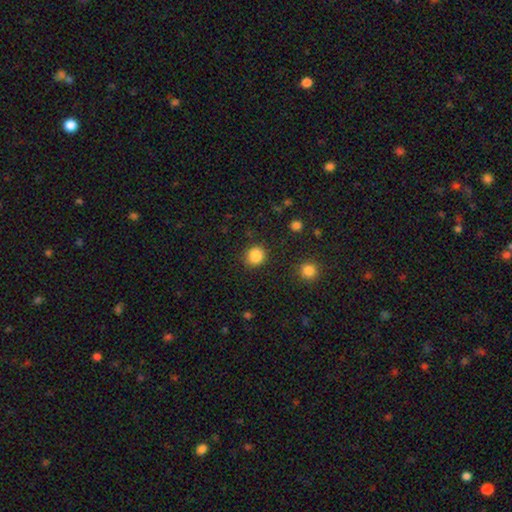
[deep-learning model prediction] The model was most divided on "how rounded": round: 80%, in between: 20%, cigar-shaped: 1%. More confident: smooth or featured — smooth (86%); merging — none (83%).